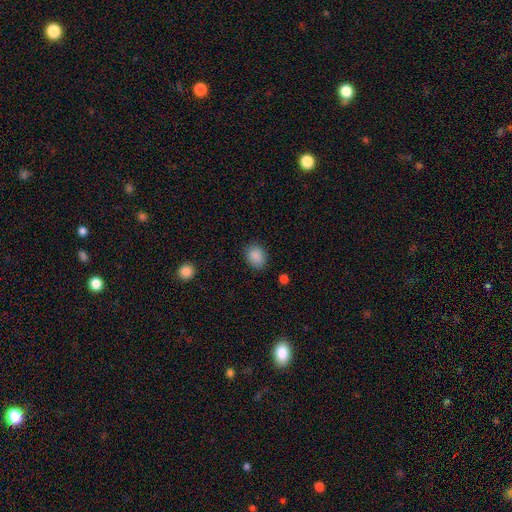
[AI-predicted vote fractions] smooth-or-featured: smooth: 88% | star or artifact: 9% | featured or disk: 4%
  how-rounded: in between: 51% | round: 48% | cigar-shaped: 1%
  merging: none: 82% | minor disturbance: 13% | major disturbance: 3% | merger: 1%